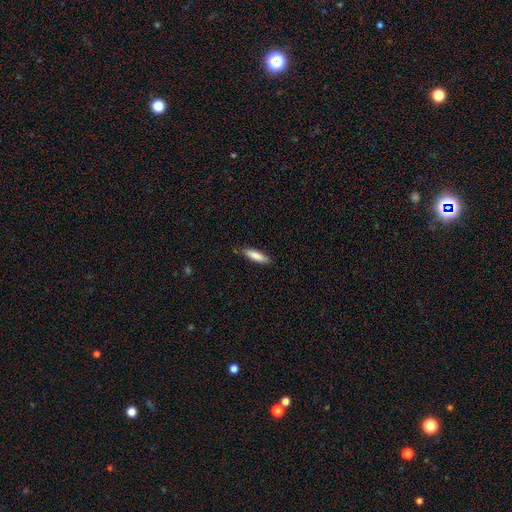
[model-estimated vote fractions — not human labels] Morphology: type=smooth (84%); roundness=cigar-shaped (64%); merging=none (84%).